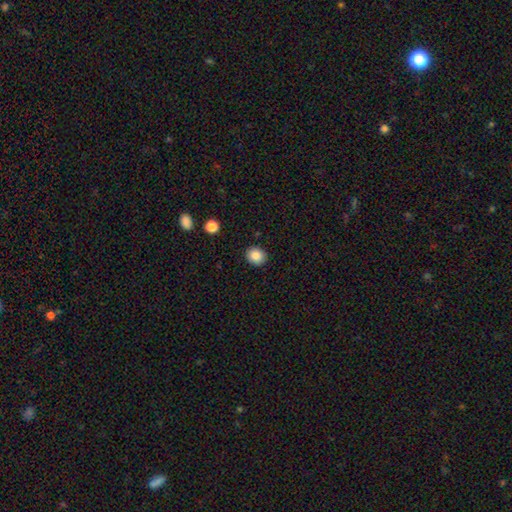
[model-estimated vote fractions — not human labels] Morphology: type=smooth (86%); roundness=round (74%); merging=none (90%).